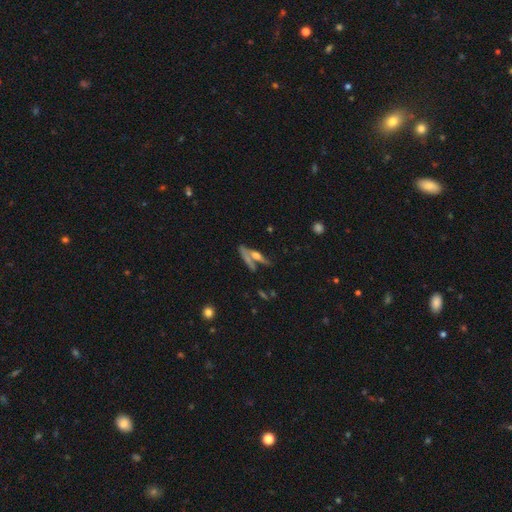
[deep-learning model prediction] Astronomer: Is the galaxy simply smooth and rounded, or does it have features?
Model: featured or disk — 46% (runner-up: smooth, 44%).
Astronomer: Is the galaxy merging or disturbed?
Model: none — 48% (runner-up: merger, 30%).